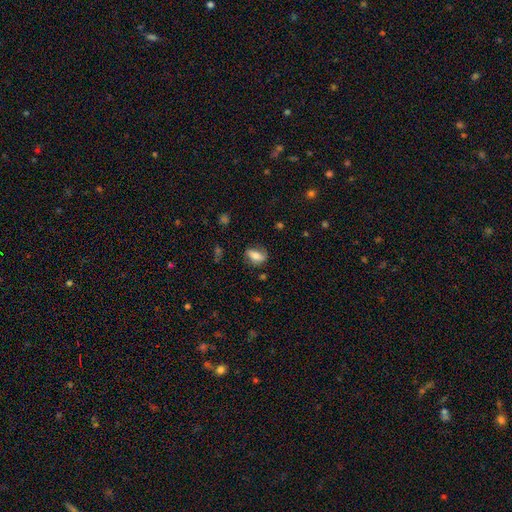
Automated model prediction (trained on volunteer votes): smooth 66%, featured or disk 26%, star or artifact 8%. Down the decision tree: how rounded — in between (82%); merging — none (70%).